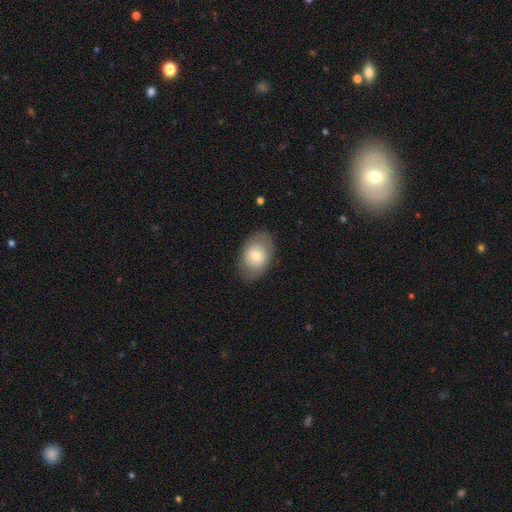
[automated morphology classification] Smooth or featured? Predicted: smooth (p=0.69). How rounded? Predicted: in between (p=0.81). Merging? Predicted: none (p=0.82).